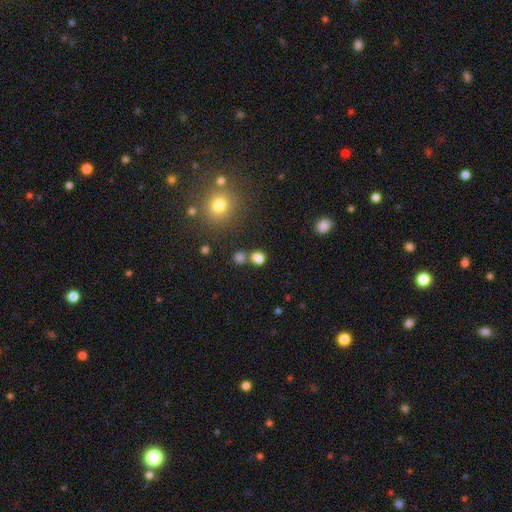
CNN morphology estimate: type=smooth (54%); roundness=round (82%); merging=none (81%).